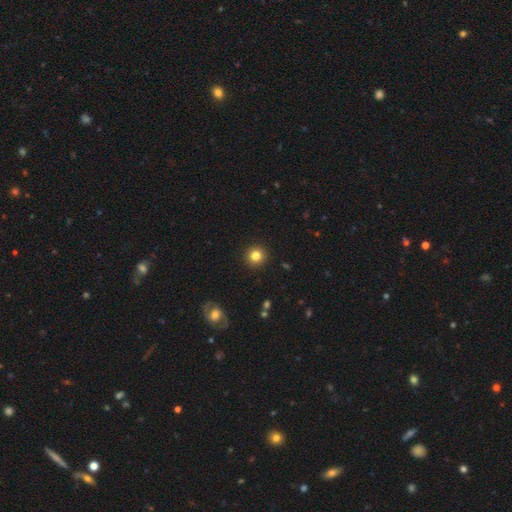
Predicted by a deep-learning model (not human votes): Morphology: type=smooth (83%); roundness=round (94%); merging=none (93%).